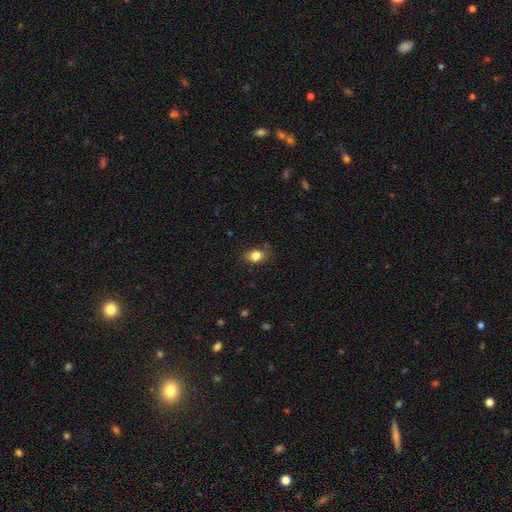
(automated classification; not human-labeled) Q: Smooth or featured?
A: smooth (81%); runner-up: star or artifact (10%)
Q: How rounded?
A: in between (74%); runner-up: round (24%)
Q: Merging?
A: none (76%); runner-up: minor disturbance (18%)